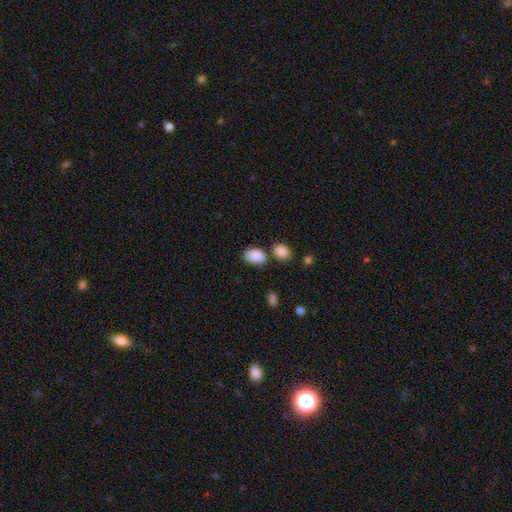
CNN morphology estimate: The model was most divided on "merging": none: 64%, minor disturbance: 19%, merger: 13%, major disturbance: 5%. More confident: smooth or featured — smooth (87%); how rounded — in between (86%).